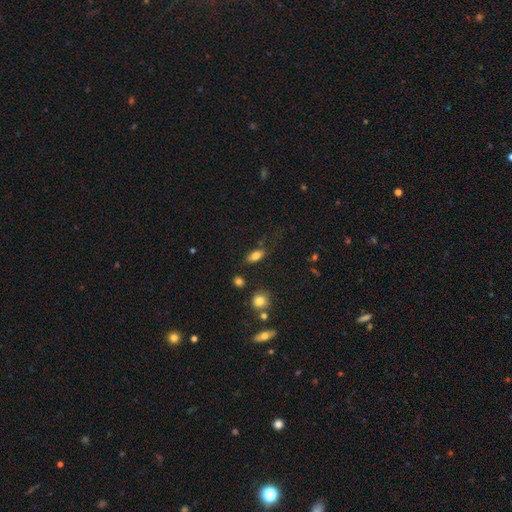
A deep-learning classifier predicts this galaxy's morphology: A smooth galaxy with no disk features (80%) that is in between round and cigar-shaped (85%). Merging: none (73%).